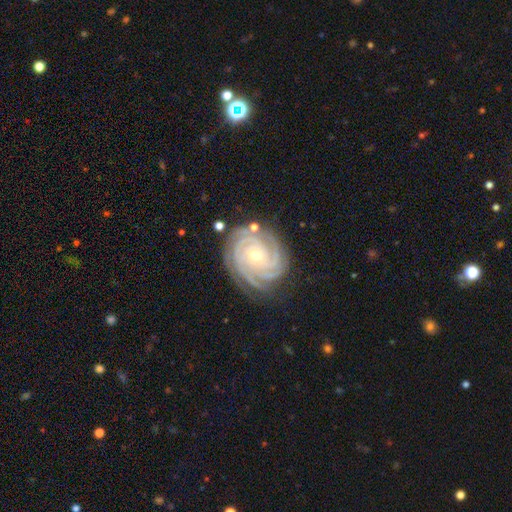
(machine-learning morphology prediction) smooth_or_featured: featured or disk (p=0.90) [alt: star or artifact p=0.06]
disk_edge_on: no (p=0.97) [alt: yes p=0.03]
bar: no (p=0.69) [alt: weak p=0.22]
has_spiral_arms: yes (p=0.99) [alt: no p=0.01]
spiral_winding: tight (p=0.84) [alt: medium p=0.14]
spiral_arm_count: 4 (p=0.39) [alt: 3 p=0.18]
bulge_size: small (p=0.56) [alt: moderate p=0.41]
merging: none (p=0.80) [alt: minor disturbance p=0.14]